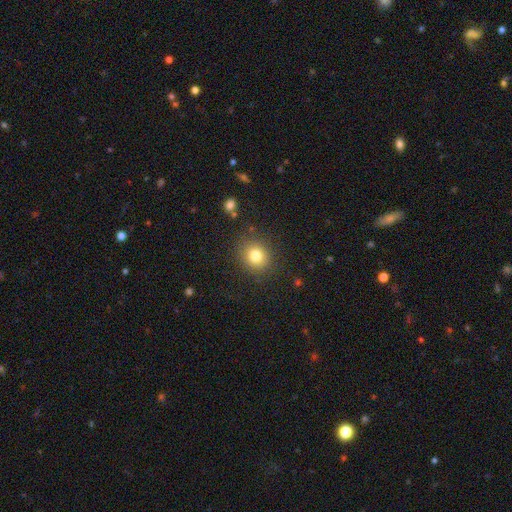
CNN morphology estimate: smooth 80%, star or artifact 12%, featured or disk 8%. Down the decision tree: how rounded — round (77%); merging — none (86%).